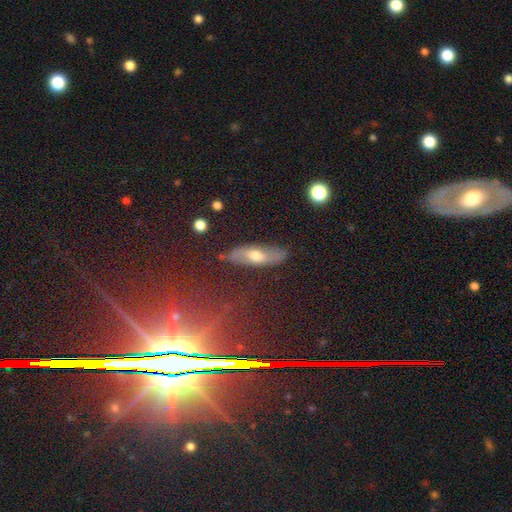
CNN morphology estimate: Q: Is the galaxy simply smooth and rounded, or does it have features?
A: featured or disk — 46%.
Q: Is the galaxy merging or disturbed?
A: none — 81%.